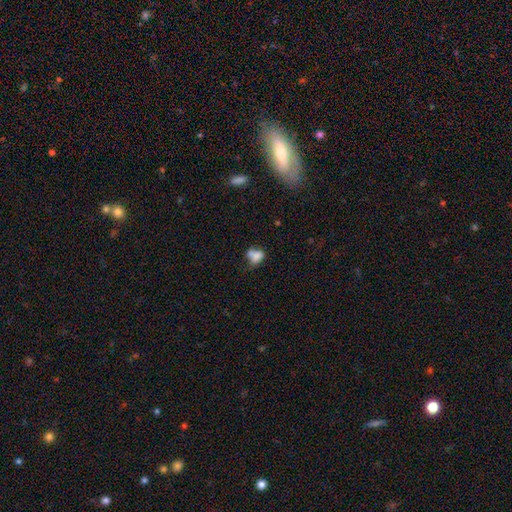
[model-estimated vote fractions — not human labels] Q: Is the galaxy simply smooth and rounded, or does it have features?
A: smooth — 73%.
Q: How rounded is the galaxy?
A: in between — 70%.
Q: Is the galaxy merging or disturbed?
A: none — 32%.